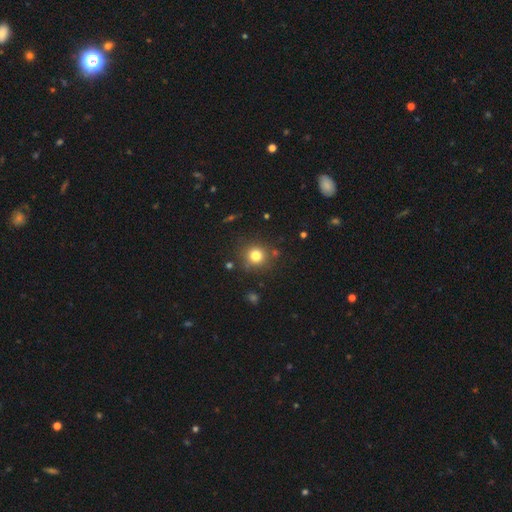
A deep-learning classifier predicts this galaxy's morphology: Smooth or featured?
  - smooth: 78% *
  - star or artifact: 14%
  - featured or disk: 7%
How rounded?
  - round: 92% *
  - in between: 7%
  - cigar-shaped: 1%
Merging?
  - none: 84% *
  - minor disturbance: 9%
  - merger: 4%
  - major disturbance: 3%